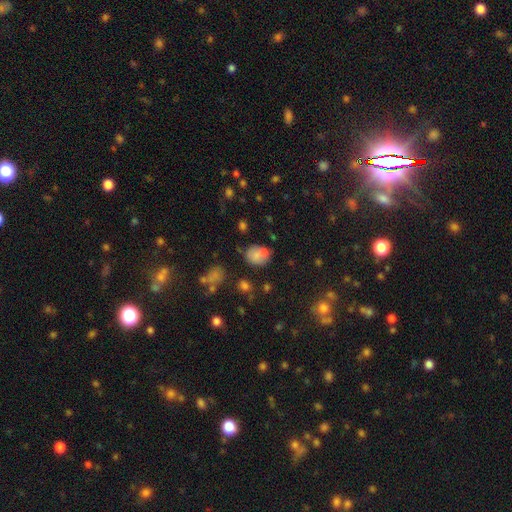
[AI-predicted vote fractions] This appears to be a smooth galaxy with no disk features (72%) that is round (51%). Merging: none (49%).